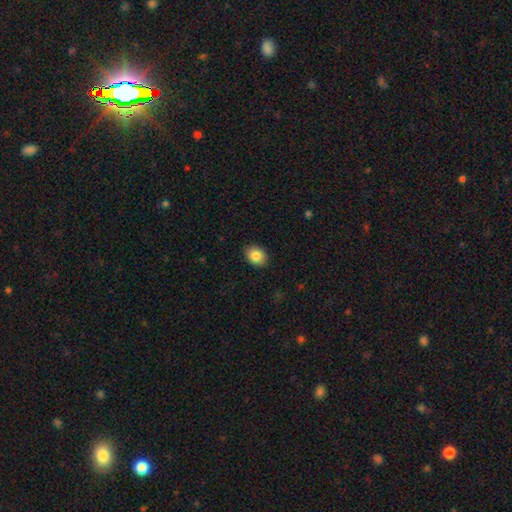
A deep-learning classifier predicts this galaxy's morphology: This is clearly a smooth galaxy (85%). How rounded: likely in between (60%). Merging: clearly none (89%).